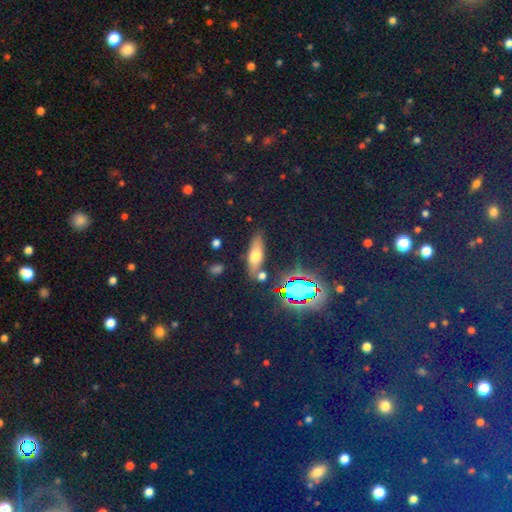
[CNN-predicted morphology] A smooth galaxy with no disk features (58%) that is in between round and cigar-shaped (52%). Merging: none (77%).